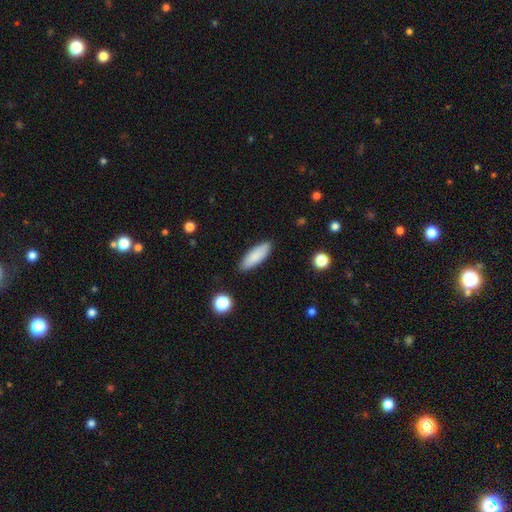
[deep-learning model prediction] Overall: smooth (85%). How rounded: in between (60%; cigar-shaped 38%). Merging: none (88%).